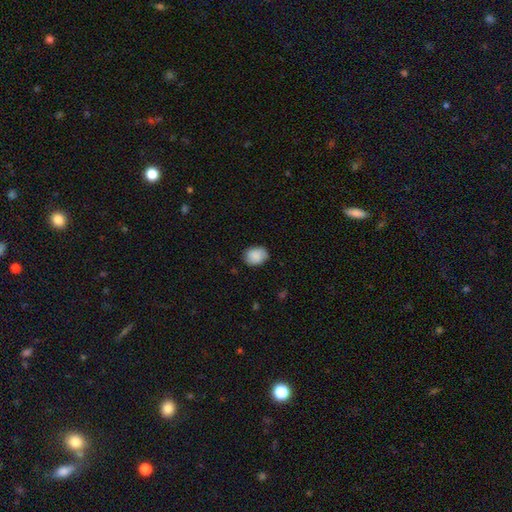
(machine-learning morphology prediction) Smooth or featured?
  - smooth: 86% *
  - star or artifact: 7%
  - featured or disk: 7%
How rounded?
  - in between: 59% *
  - round: 40%
  - cigar-shaped: 1%
Merging?
  - none: 79% *
  - minor disturbance: 17%
  - major disturbance: 3%
  - merger: 1%